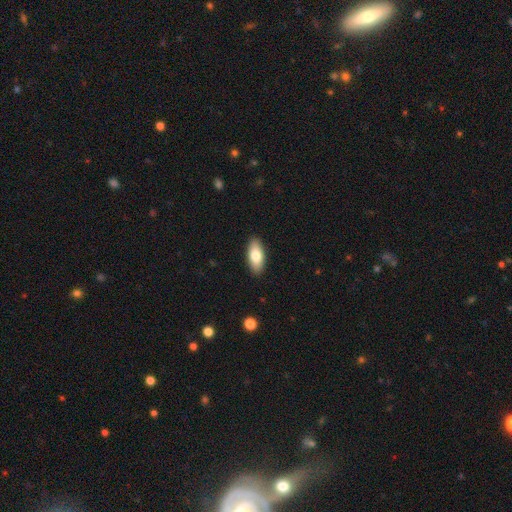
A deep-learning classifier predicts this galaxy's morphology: smooth_or_featured: smooth (p=0.79) [alt: featured or disk p=0.15]
how_rounded: in between (p=0.86) [alt: cigar-shaped p=0.11]
merging: none (p=0.90) [alt: minor disturbance p=0.07]